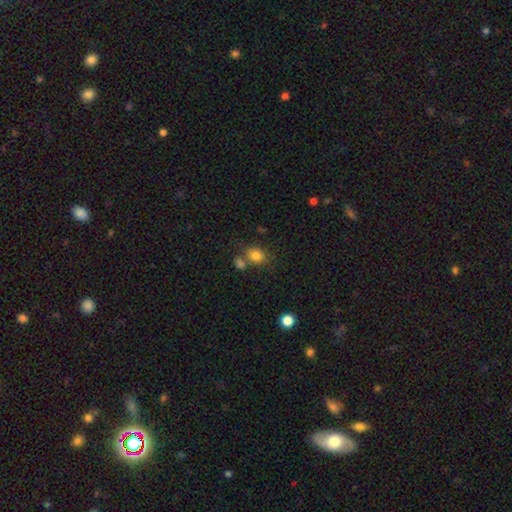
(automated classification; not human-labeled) The model was most divided on "how rounded": round: 50%, in between: 49%, cigar-shaped: 1%. More confident: smooth or featured — smooth (82%); merging — none (55%).